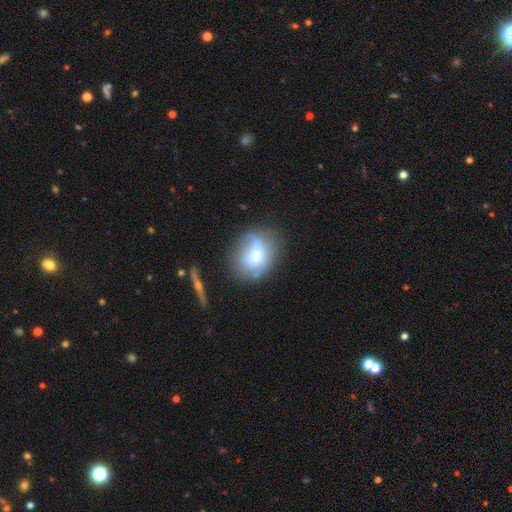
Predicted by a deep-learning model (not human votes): Smooth or featured?
  - smooth: 59% *
  - featured or disk: 32%
  - star or artifact: 10%
How rounded?
  - round: 50% *
  - in between: 48%
  - cigar-shaped: 2%
Merging?
  - none: 49% *
  - minor disturbance: 26%
  - major disturbance: 13%
  - merger: 12%